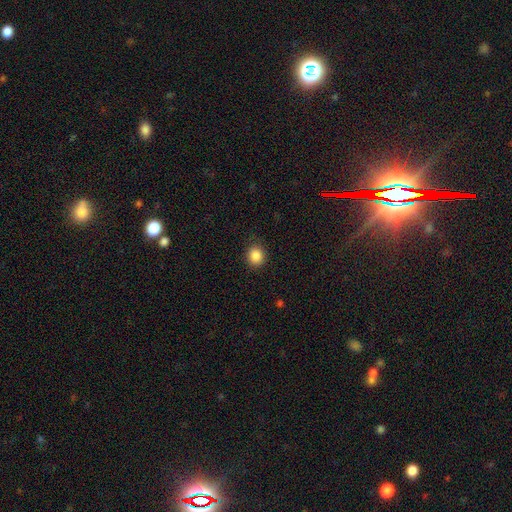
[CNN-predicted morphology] This is clearly a smooth galaxy (87%). How rounded: likely round (77%). Merging: clearly none (88%).